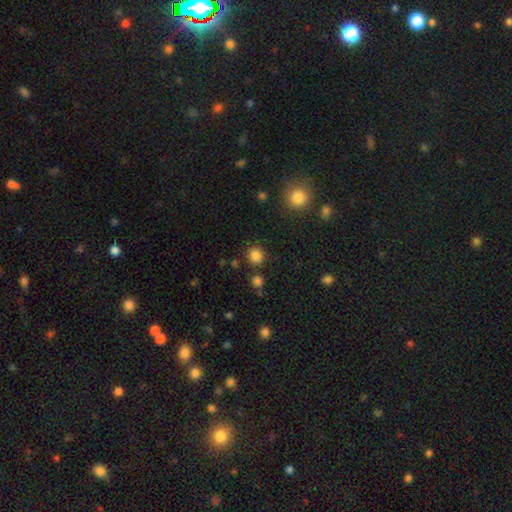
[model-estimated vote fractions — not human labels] smooth_or_featured: smooth (p=0.83) [alt: star or artifact p=0.13]
how_rounded: round (p=0.91) [alt: in between p=0.08]
merging: none (p=0.86) [alt: minor disturbance p=0.07]